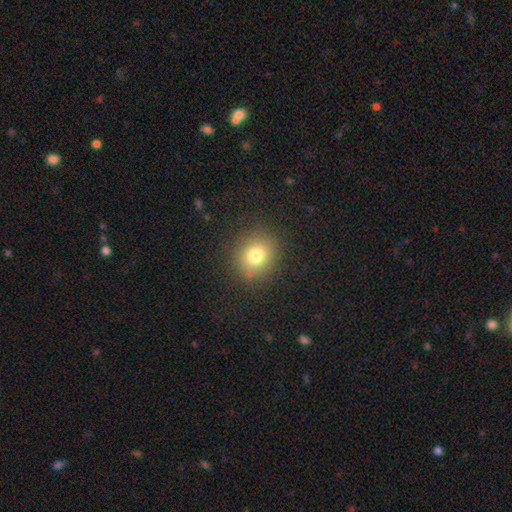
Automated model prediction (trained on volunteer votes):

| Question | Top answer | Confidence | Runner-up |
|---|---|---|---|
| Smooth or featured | smooth | 77% | star or artifact (13%) |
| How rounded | round | 74% | in between (25%) |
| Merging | none | 85% | minor disturbance (10%) |